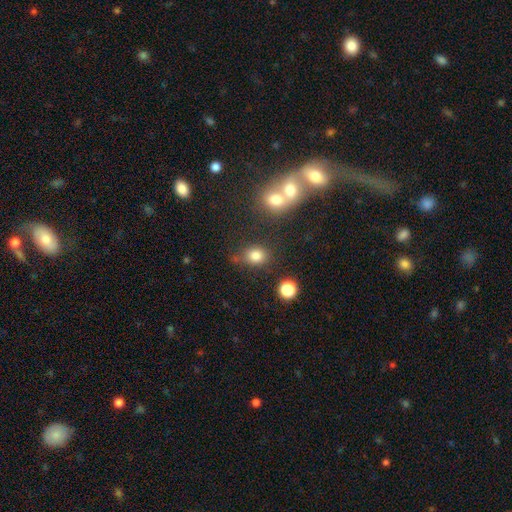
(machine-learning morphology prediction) Smooth or featured? smooth (80%)
How rounded? round (59%)
Merging? none (67%)